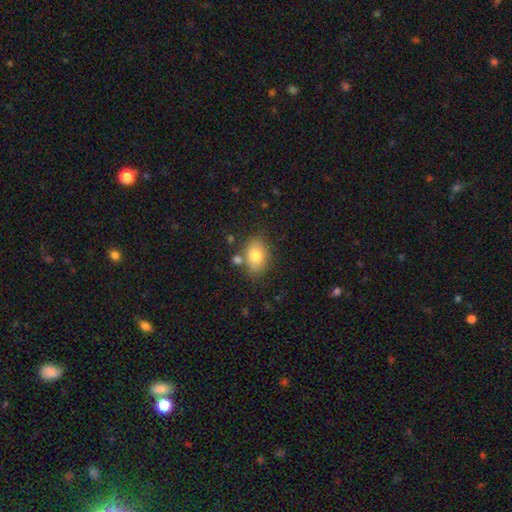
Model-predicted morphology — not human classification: A smooth galaxy with no disk features (77%) that is in between round and cigar-shaped (79%).

Vote fractions:
- Smooth or featured? smooth: 77% / featured or disk: 14% / star or artifact: 9%
- How rounded? in between: 79% / round: 20% / cigar-shaped: 1%
- Merging? none: 71% / minor disturbance: 14% / merger: 10% / major disturbance: 4%